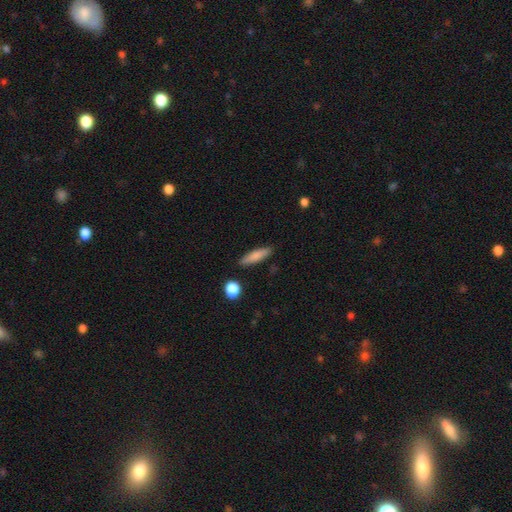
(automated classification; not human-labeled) Smooth or featured?
  - smooth: 80% *
  - featured or disk: 13%
  - star or artifact: 7%
How rounded?
  - cigar-shaped: 72% *
  - in between: 26%
  - round: 2%
Merging?
  - none: 86% *
  - minor disturbance: 9%
  - merger: 2%
  - major disturbance: 2%